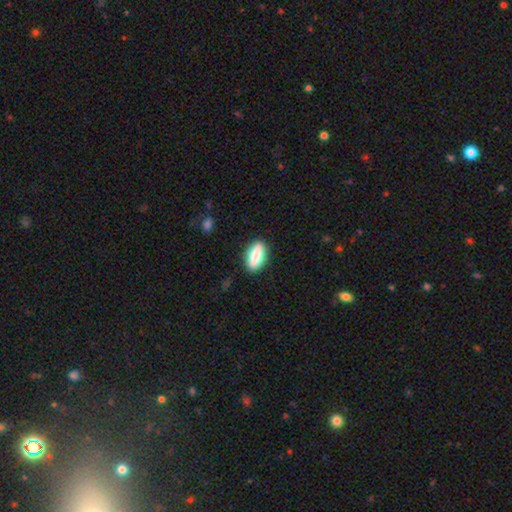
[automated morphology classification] smooth_or_featured: smooth (p=0.77) [alt: featured or disk p=0.17]
how_rounded: in between (p=0.75) [alt: cigar-shaped p=0.22]
merging: none (p=0.87) [alt: minor disturbance p=0.09]